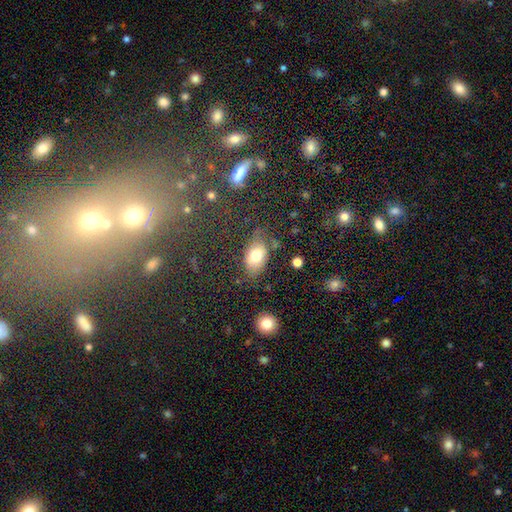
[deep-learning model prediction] Morphology: type=smooth (73%); roundness=in between (87%); merging=none (65%).